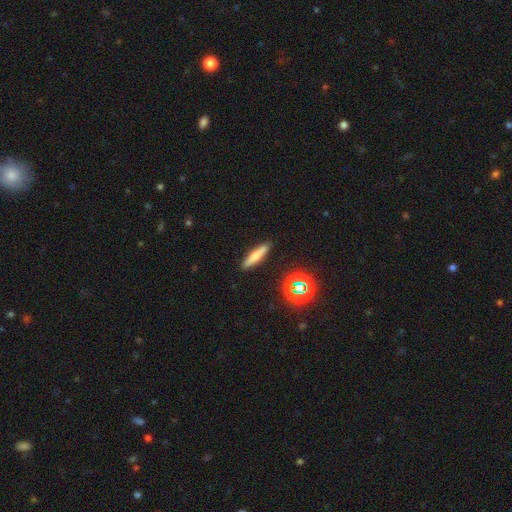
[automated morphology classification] Q: Smooth or featured?
A: smooth (61%); runner-up: featured or disk (27%)
Q: How rounded?
A: cigar-shaped (86%); runner-up: in between (12%)
Q: Merging?
A: none (90%); runner-up: minor disturbance (7%)